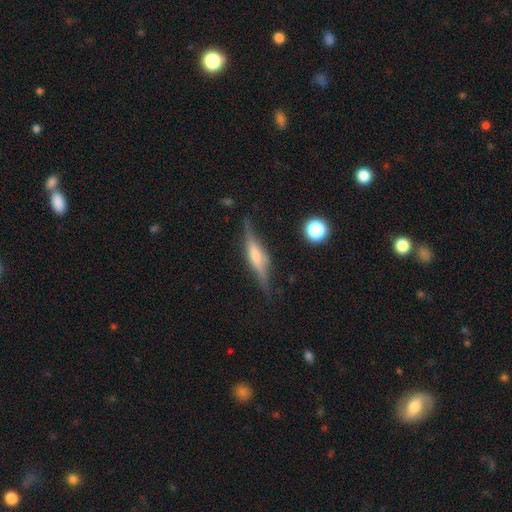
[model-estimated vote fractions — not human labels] Smooth or featured?
  - featured or disk: 71% *
  - smooth: 22%
  - star or artifact: 7%
Edge-on disk?
  - yes: 96% *
  - no: 4%
Edge-on bulge?
  - rounded: 62% *
  - boxy: 28%
  - none: 11%
Merging?
  - none: 82% *
  - minor disturbance: 13%
  - major disturbance: 3%
  - merger: 2%